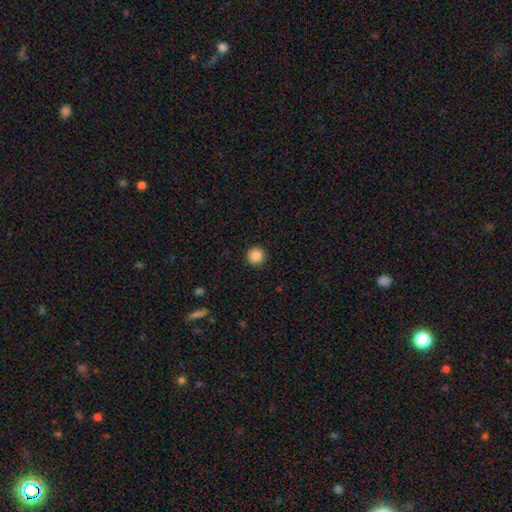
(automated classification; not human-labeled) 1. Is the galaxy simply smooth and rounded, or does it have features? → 88% smooth, 9% star or artifact, 3% featured or disk.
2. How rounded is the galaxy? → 96% round, 3% in between, 1% cigar-shaped.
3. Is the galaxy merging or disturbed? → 93% none, 4% minor disturbance, 2% major disturbance, 1% merger.